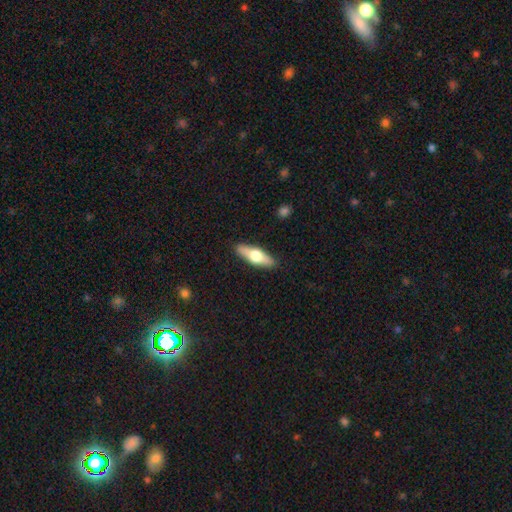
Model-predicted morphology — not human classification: This is possibly a smooth galaxy (50%). Merging: clearly none (89%).